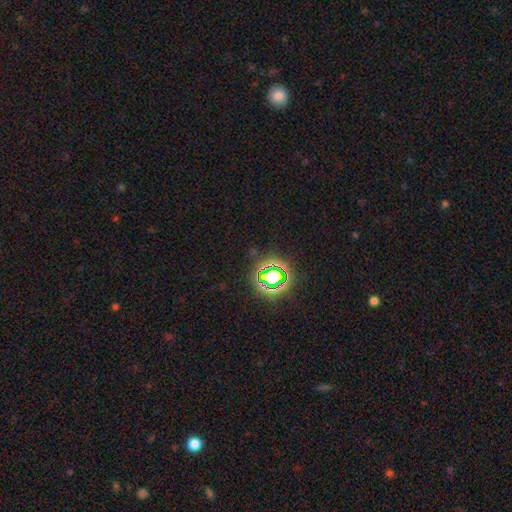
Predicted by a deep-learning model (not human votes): Smooth or featured?
  - star or artifact: 76% *
  - smooth: 16%
  - featured or disk: 8%